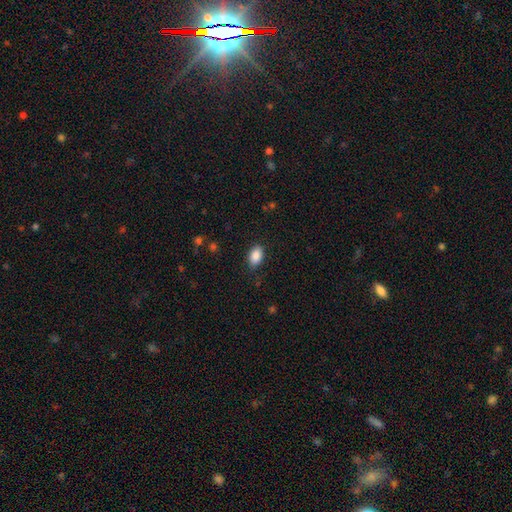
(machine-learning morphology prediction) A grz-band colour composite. It shows a smooth galaxy with no disk features (89%) that is in between round and cigar-shaped (89%). Merging: none (83%).